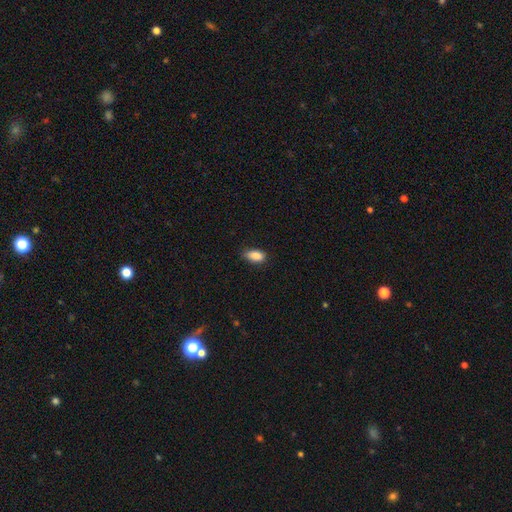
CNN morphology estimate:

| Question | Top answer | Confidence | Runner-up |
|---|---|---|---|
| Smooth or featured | smooth | 88% | star or artifact (8%) |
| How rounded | in between | 90% | round (5%) |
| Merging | none | 75% | minor disturbance (21%) |